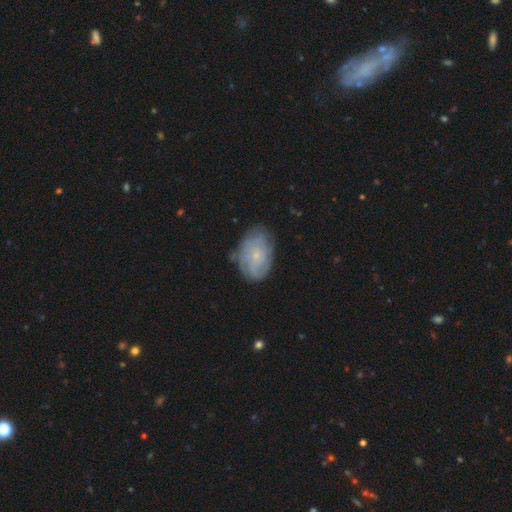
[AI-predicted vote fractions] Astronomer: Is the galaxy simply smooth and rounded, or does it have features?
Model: featured or disk — 55% (runner-up: smooth, 37%).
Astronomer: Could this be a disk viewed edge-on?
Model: no — 96%.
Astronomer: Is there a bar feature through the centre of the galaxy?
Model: no — 81%.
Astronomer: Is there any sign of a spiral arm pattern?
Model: yes — 75%.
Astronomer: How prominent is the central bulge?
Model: small — 79%.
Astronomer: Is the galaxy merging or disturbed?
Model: none — 70%.